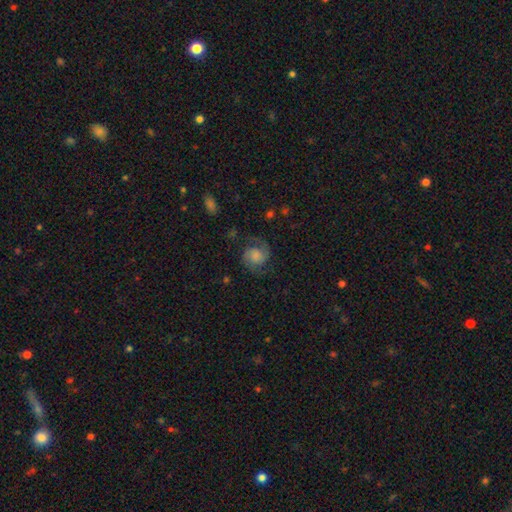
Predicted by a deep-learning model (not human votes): Smooth or featured? featured or disk (73%)
Edge-on disk? no (98%)
Bar? no (69%)
Spiral arms? yes (96%)
Spiral winding? medium (53%)
Spiral arm count? 2 (92%)
Bulge size? moderate (25%)
Merging? none (73%)